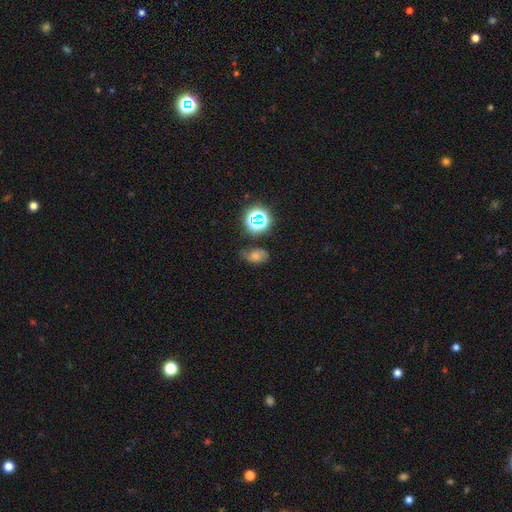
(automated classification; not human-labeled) smooth_or_featured: star or artifact (p=0.42) [alt: smooth p=0.35]